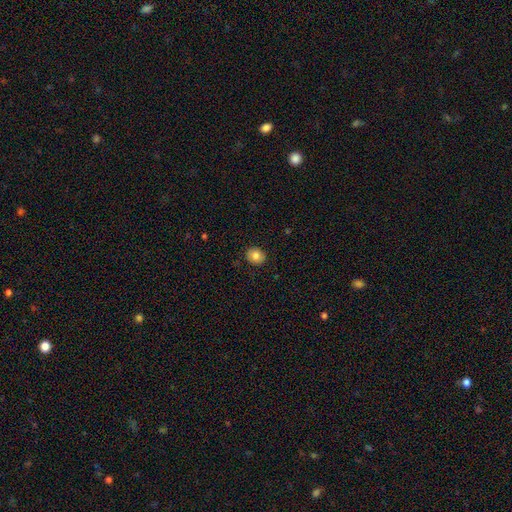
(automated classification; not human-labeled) This is clearly a smooth galaxy (82%). How rounded: likely round (69%). Merging: clearly none (89%).